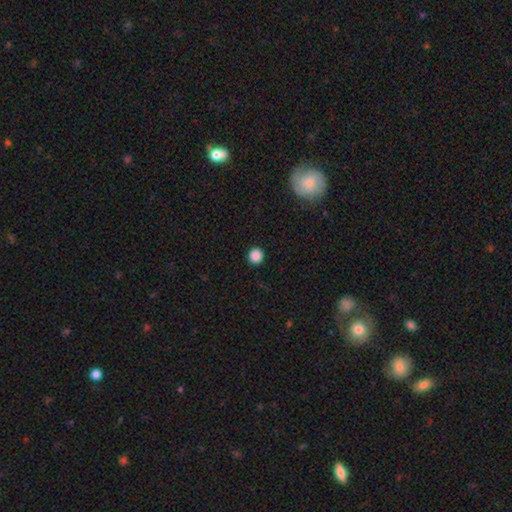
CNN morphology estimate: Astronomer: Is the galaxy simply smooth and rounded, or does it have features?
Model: smooth — 87%.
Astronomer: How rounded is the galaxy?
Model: round — 93%.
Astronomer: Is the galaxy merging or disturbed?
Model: none — 93%.